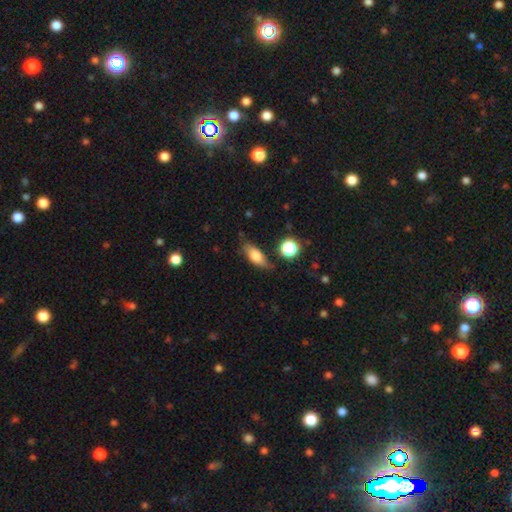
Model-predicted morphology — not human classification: Smooth or featured? Predicted: smooth (p=0.72). How rounded? Predicted: in between (p=0.75). Merging? Predicted: none (p=0.73).